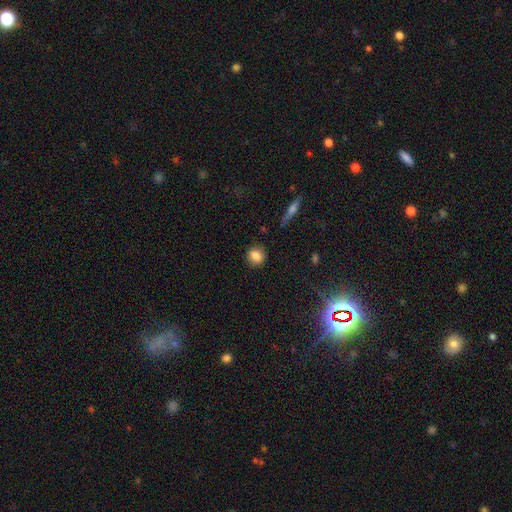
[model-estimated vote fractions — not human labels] smooth_or_featured: smooth (p=0.82) [alt: featured or disk p=0.09]
how_rounded: round (p=0.68) [alt: in between p=0.30]
merging: none (p=0.86) [alt: minor disturbance p=0.10]